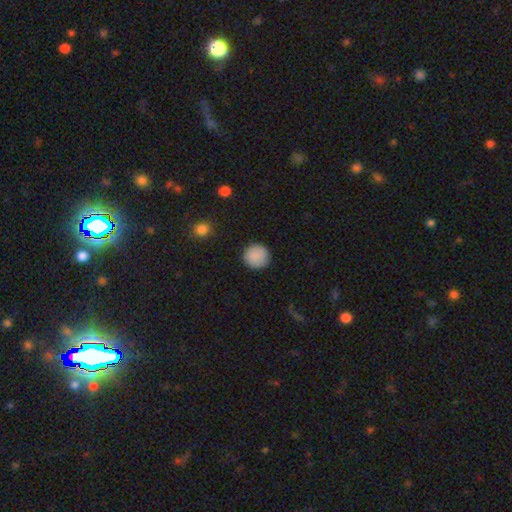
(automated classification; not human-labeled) smooth-or-featured: smooth: 89% | star or artifact: 8% | featured or disk: 4%
  how-rounded: round: 95% | in between: 4% | cigar-shaped: 1%
  merging: none: 91% | minor disturbance: 6% | major disturbance: 2% | merger: 1%